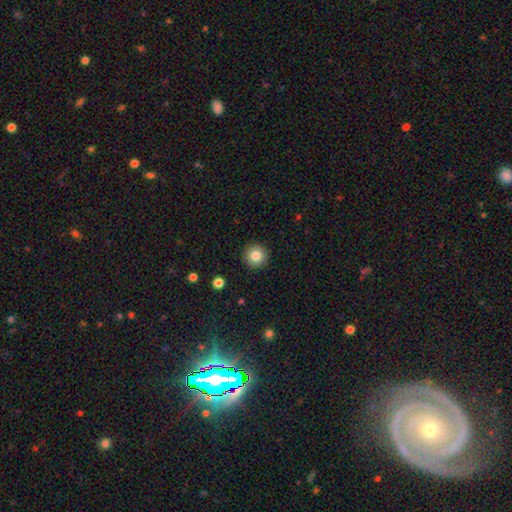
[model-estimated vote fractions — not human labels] Smooth or featured? Predicted: smooth (p=0.83). How rounded? Predicted: round (p=0.95). Merging? Predicted: none (p=0.92).